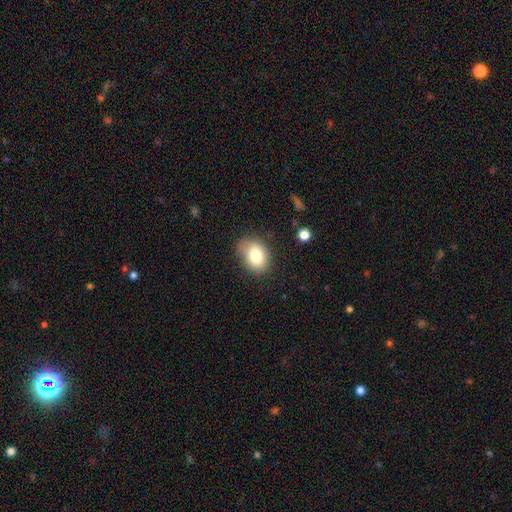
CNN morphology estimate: This appears to be a smooth galaxy with no disk features (80%) that is in between round and cigar-shaped (73%). Merging: none (75%).